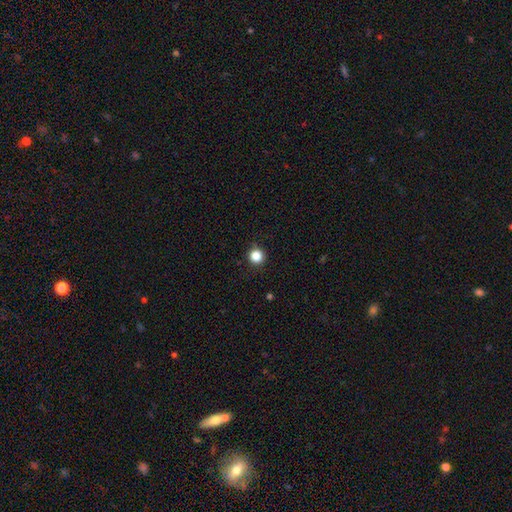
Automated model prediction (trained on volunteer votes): The model was most divided on "smooth or featured": smooth: 85%, star or artifact: 12%, featured or disk: 3%. More confident: how rounded — round (94%); merging — none (90%).